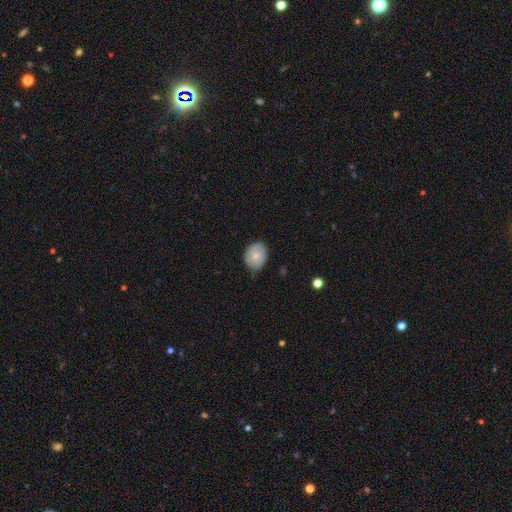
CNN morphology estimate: A smooth galaxy with no disk features (65%) that is in between round and cigar-shaped (50%). Merging: none (75%).